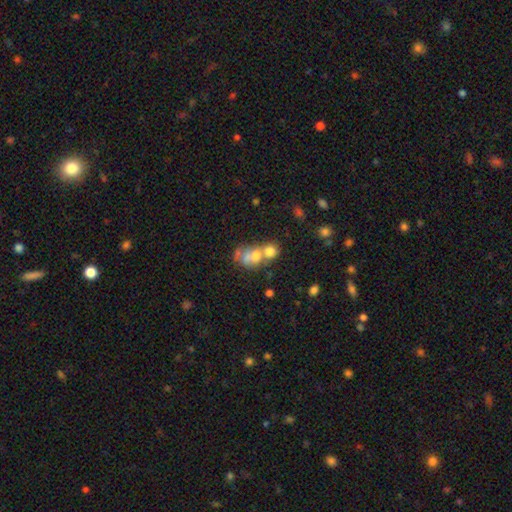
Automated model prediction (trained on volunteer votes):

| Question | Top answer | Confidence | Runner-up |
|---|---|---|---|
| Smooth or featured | smooth | 58% | featured or disk (29%) |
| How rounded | round | 49% | tied: in between (49%) |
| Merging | merger | 64% | none (19%) |